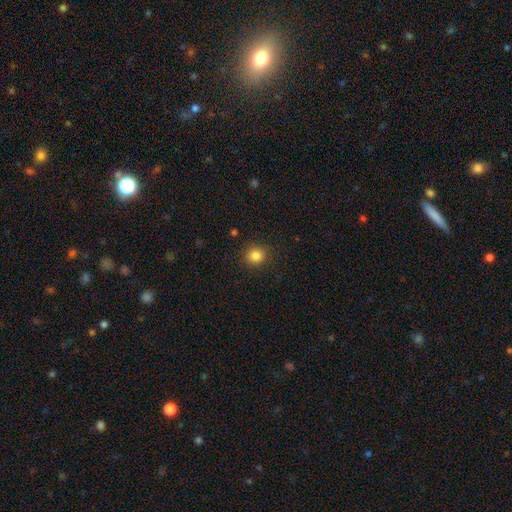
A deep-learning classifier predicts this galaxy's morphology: A smooth galaxy with no disk features (84%) that is round (87%).

Vote fractions:
- Smooth or featured? smooth: 84% / star or artifact: 12% / featured or disk: 5%
- How rounded? round: 87% / in between: 13% / cigar-shaped: 1%
- Merging? none: 90% / minor disturbance: 7% / major disturbance: 2% / merger: 1%